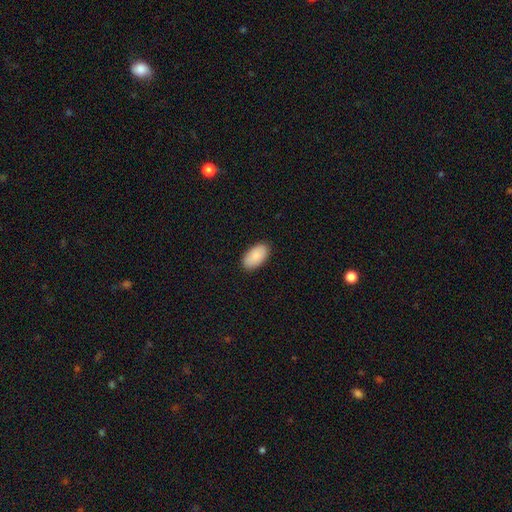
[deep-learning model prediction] Q: Smooth or featured?
A: smooth (89%); runner-up: star or artifact (6%)
Q: How rounded?
A: in between (96%); runner-up: round (2%)
Q: Merging?
A: none (90%); runner-up: minor disturbance (8%)